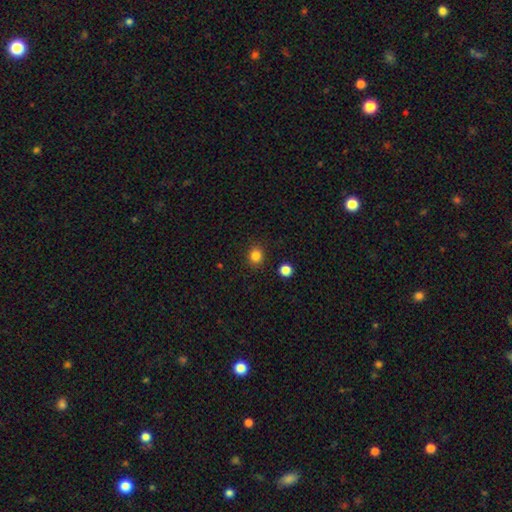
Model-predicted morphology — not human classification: smooth_or_featured: smooth (p=0.84) [alt: star or artifact p=0.12]
how_rounded: round (p=0.83) [alt: in between p=0.16]
merging: none (p=0.89) [alt: minor disturbance p=0.07]